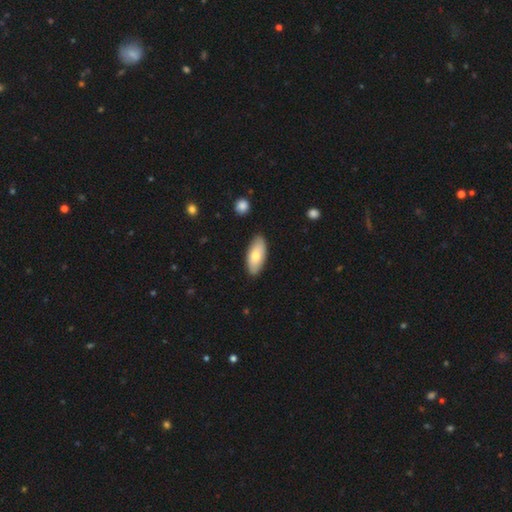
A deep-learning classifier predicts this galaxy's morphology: A smooth galaxy with no disk features (71%) that is in between round and cigar-shaped (87%).

Vote fractions:
- Smooth or featured? smooth: 71% / featured or disk: 23% / star or artifact: 5%
- How rounded? in between: 87% / cigar-shaped: 11% / round: 2%
- Merging? none: 85% / minor disturbance: 11% / major disturbance: 2% / merger: 2%